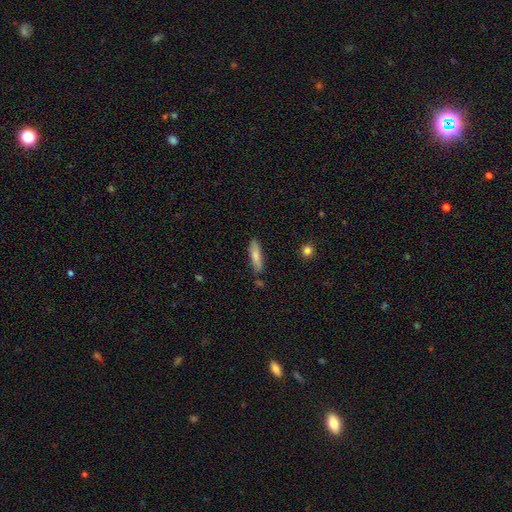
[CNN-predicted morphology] Overall: smooth (74%). How rounded: cigar-shaped (71%). Merging: none (81%).